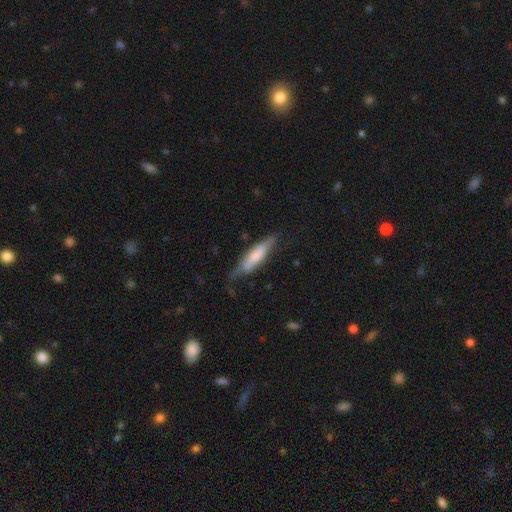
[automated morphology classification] Smooth or featured: smooth — 57% (featured or disk — 37%)
How rounded: cigar-shaped — 73% (in between — 25%)
Merging: none — 58% (minor disturbance — 30%)